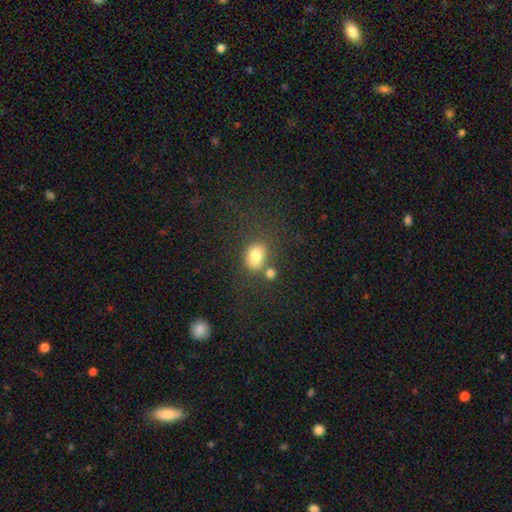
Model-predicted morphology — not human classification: Smooth or featured? smooth (78%)
How rounded? in between (53%)
Merging? none (59%)